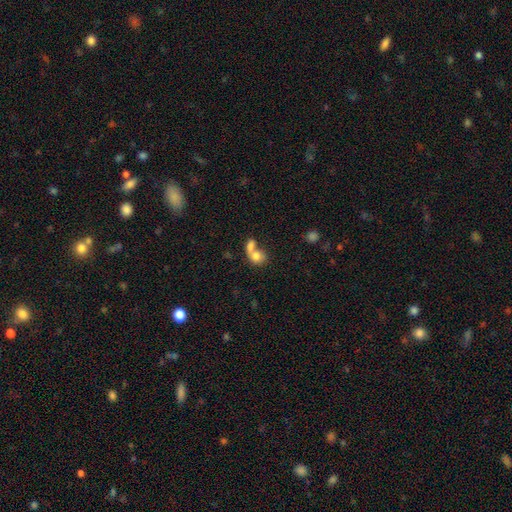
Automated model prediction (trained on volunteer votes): Morphology: type=smooth (75%); roundness=round (51%); merging=merger (68%).